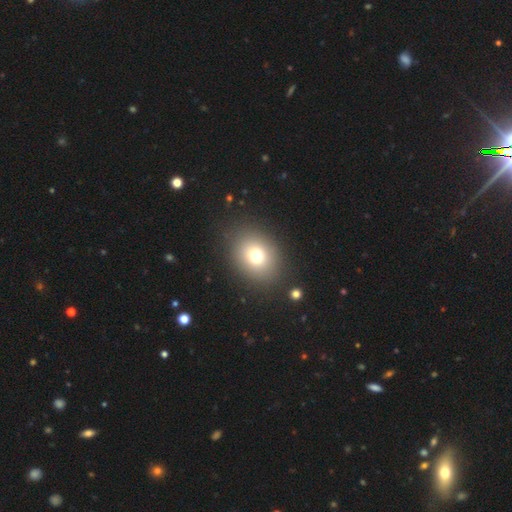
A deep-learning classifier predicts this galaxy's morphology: Smooth or featured?
  - smooth: 73% *
  - star or artifact: 14%
  - featured or disk: 12%
How rounded?
  - round: 53% *
  - in between: 46%
  - cigar-shaped: 1%
Merging?
  - none: 86% *
  - minor disturbance: 8%
  - major disturbance: 4%
  - merger: 2%